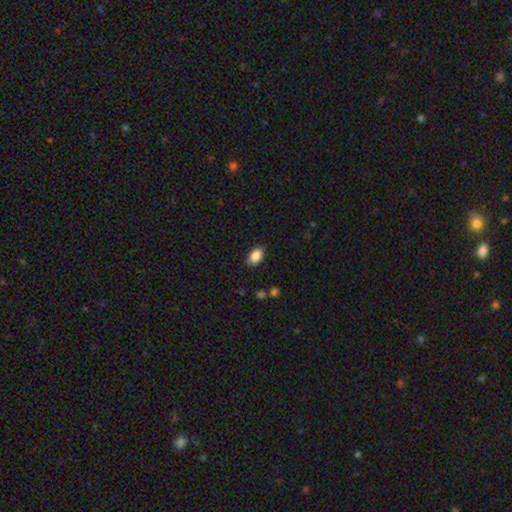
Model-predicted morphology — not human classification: Smooth or featured? smooth (88%)
How rounded? in between (88%)
Merging? none (85%)